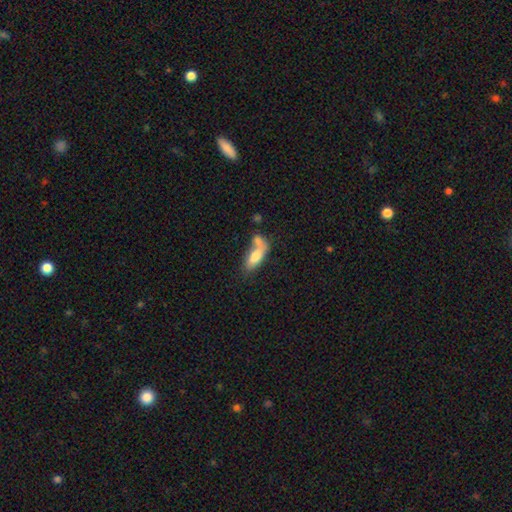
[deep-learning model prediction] A smooth galaxy with no disk features (70%) that is in between round and cigar-shaped (72%).

Vote fractions:
- Smooth or featured? smooth: 70% / featured or disk: 22% / star or artifact: 8%
- How rounded? in between: 72% / cigar-shaped: 24% / round: 4%
- Merging? merger: 46% / none: 27% / minor disturbance: 14% / major disturbance: 12%